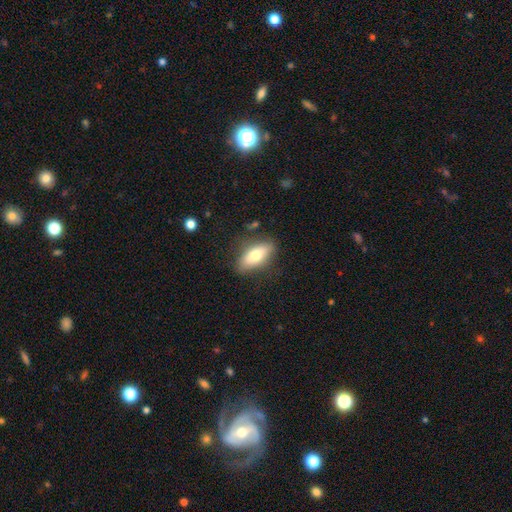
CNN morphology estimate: smooth_or_featured: smooth (p=0.68) [alt: featured or disk p=0.25]
how_rounded: in between (p=0.78) [alt: cigar-shaped p=0.18]
merging: none (p=0.80) [alt: minor disturbance p=0.14]